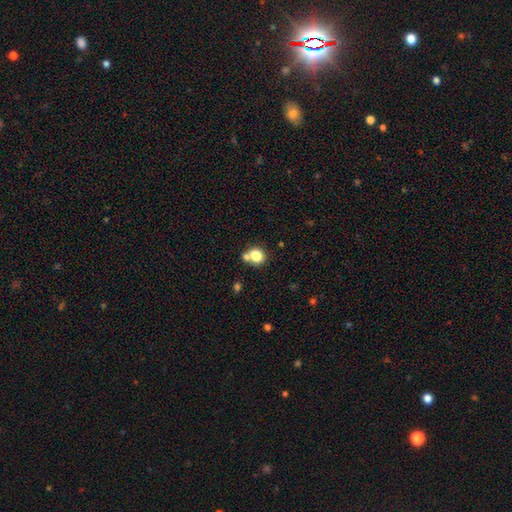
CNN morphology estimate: A smooth galaxy with no disk features (79%) that is round (79%).

Vote fractions:
- Smooth or featured? smooth: 79% / star or artifact: 11% / featured or disk: 10%
- How rounded? round: 79% / in between: 20% / cigar-shaped: 1%
- Merging? none: 54% / merger: 32% / minor disturbance: 10% / major disturbance: 3%